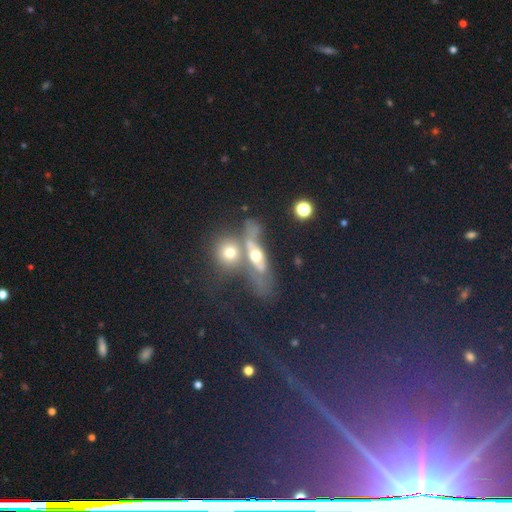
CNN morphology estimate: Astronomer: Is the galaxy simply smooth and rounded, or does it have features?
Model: featured or disk — 45% (runner-up: smooth, 44%).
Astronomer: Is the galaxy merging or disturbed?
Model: merger — 50%.